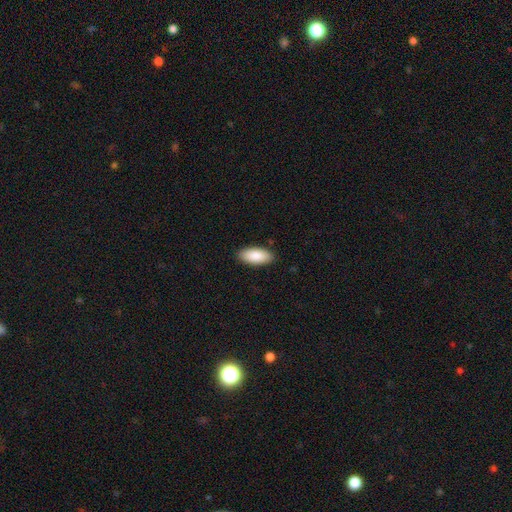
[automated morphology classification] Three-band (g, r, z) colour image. It shows a smooth galaxy with no disk features (88%) that is in between round and cigar-shaped (89%). Merging: none (89%).